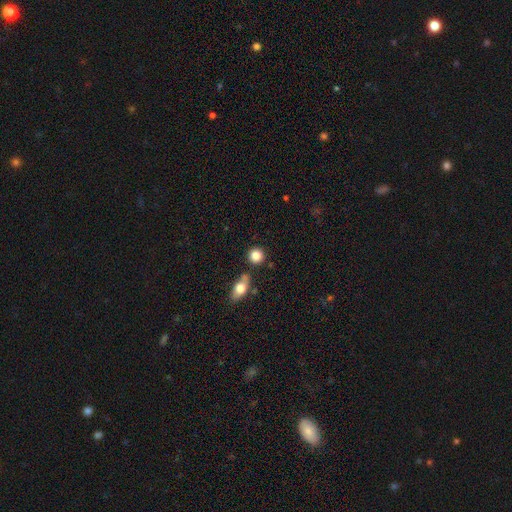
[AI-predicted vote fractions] This appears to be a smooth galaxy with no disk features (84%) that is round (88%). Merging: none (80%).